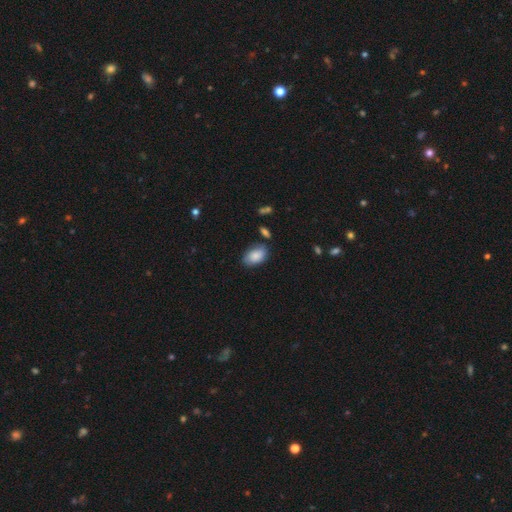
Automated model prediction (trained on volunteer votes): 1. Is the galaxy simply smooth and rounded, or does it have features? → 87% smooth, 7% featured or disk, 7% star or artifact.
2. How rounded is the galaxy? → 93% in between, 6% round, 1% cigar-shaped.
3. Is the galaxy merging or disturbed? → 75% none, 17% minor disturbance, 4% merger, 4% major disturbance.